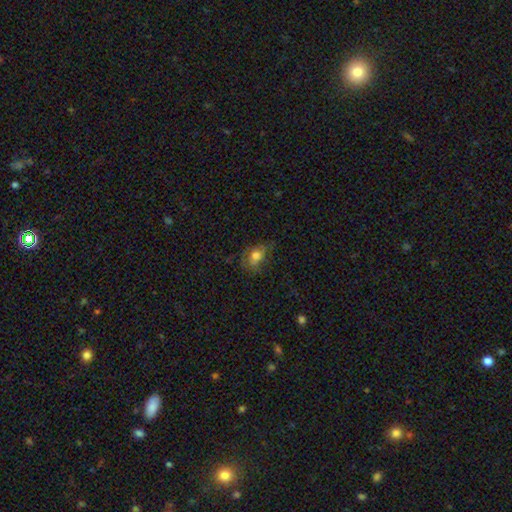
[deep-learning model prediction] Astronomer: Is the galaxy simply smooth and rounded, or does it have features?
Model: smooth — 64%.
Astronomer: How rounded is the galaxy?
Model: in between — 72%.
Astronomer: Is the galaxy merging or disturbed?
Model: none — 51% (runner-up: minor disturbance, 28%).